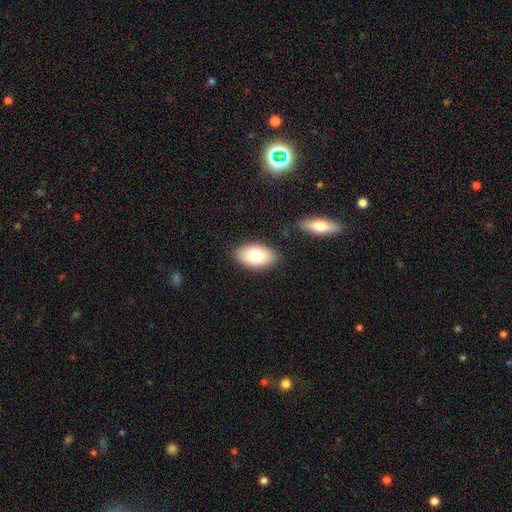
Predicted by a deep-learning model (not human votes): Overall: smooth (76%). How rounded: in between (93%). Merging: none (85%).